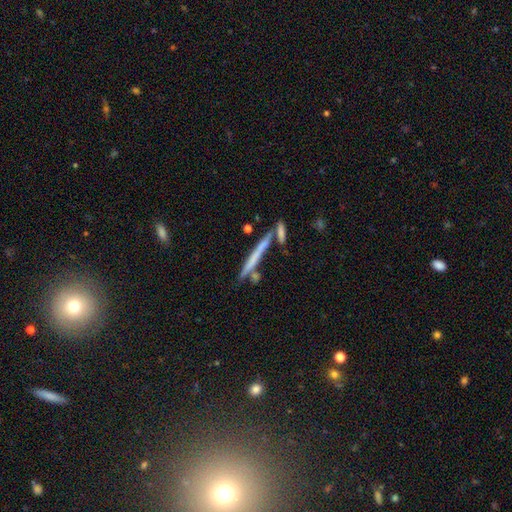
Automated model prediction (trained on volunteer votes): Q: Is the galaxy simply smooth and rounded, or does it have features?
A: featured or disk — 49%.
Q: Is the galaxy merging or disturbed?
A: none — 72%.